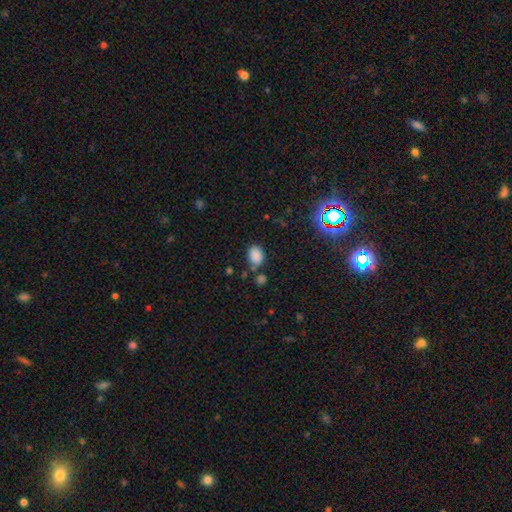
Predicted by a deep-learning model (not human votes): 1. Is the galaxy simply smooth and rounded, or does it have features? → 82% smooth, 13% star or artifact, 5% featured or disk.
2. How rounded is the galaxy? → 70% in between, 29% round, 1% cigar-shaped.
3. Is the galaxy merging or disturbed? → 68% none, 16% minor disturbance, 11% merger, 5% major disturbance.